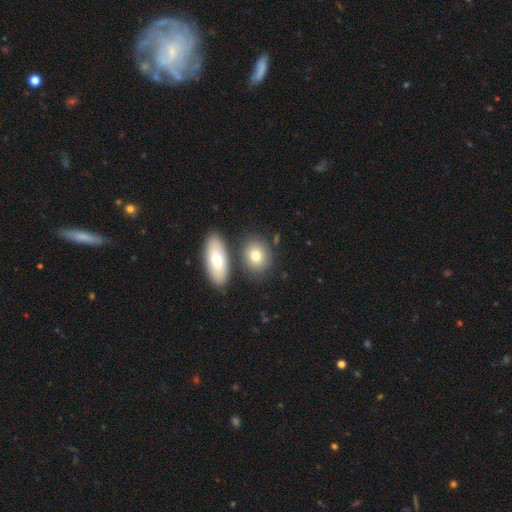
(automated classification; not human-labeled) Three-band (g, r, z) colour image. It shows a smooth galaxy with no disk features (76%) that is in between round and cigar-shaped (53%). Merging: none (70%).